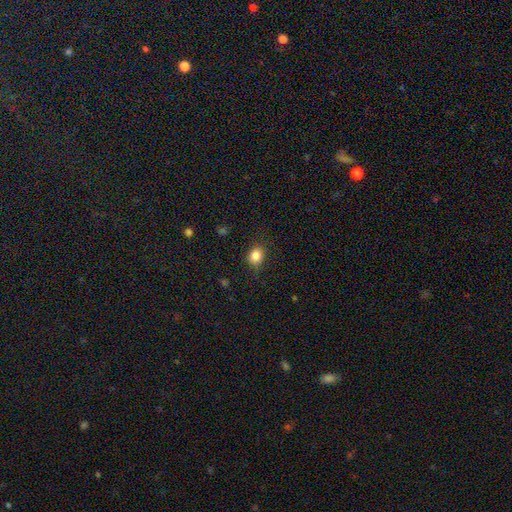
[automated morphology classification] This appears to be a smooth galaxy with no disk features (84%) that is round (58%). Merging: none (83%).